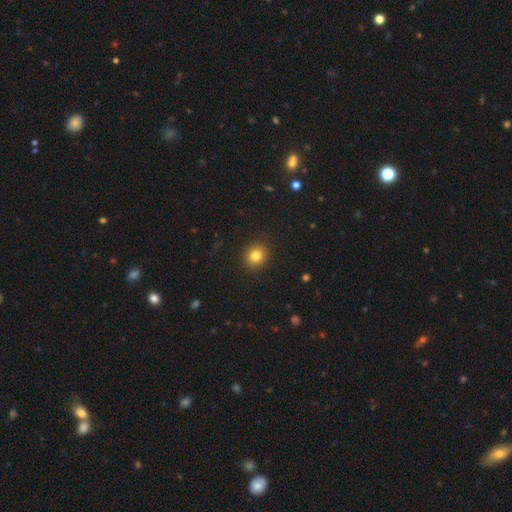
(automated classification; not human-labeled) smooth-or-featured: smooth: 82% | star or artifact: 12% | featured or disk: 6%
  how-rounded: round: 86% | in between: 13% | cigar-shaped: 1%
  merging: none: 91% | minor disturbance: 5% | major disturbance: 2% | merger: 1%